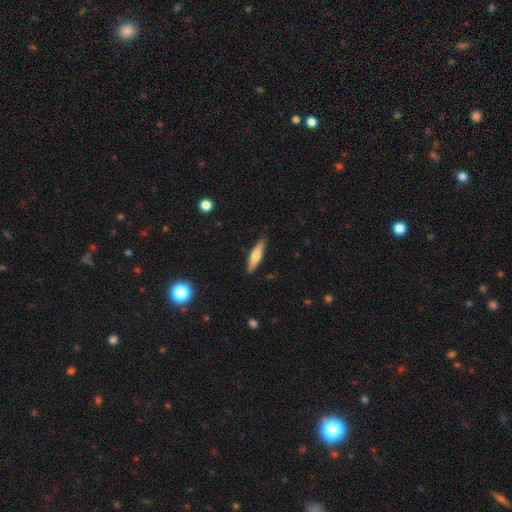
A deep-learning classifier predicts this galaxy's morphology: Smooth or featured?
  - smooth: 55% *
  - featured or disk: 39%
  - star or artifact: 6%
How rounded?
  - cigar-shaped: 75% *
  - in between: 23%
  - round: 2%
Merging?
  - none: 88% *
  - minor disturbance: 9%
  - major disturbance: 2%
  - merger: 1%